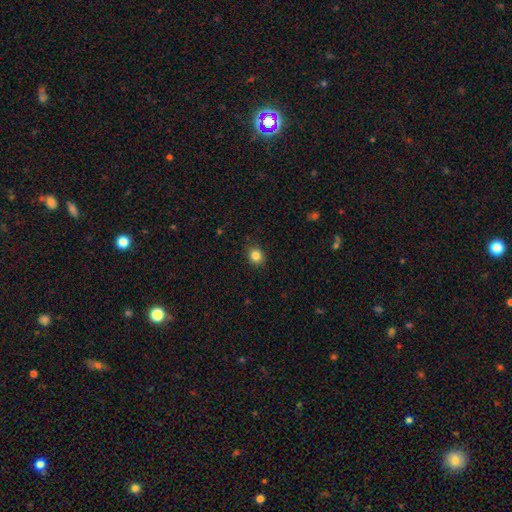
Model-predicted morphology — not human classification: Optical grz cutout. It shows a smooth galaxy with no disk features (83%) that is round (70%). Merging: none (88%).